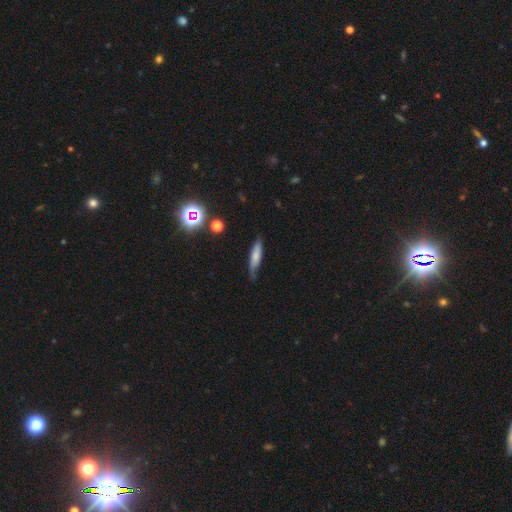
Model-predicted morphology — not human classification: Smooth or featured?
  - smooth: 64% *
  - featured or disk: 26%
  - star or artifact: 10%
How rounded?
  - cigar-shaped: 78% *
  - in between: 20%
  - round: 2%
Merging?
  - none: 71% *
  - minor disturbance: 23%
  - major disturbance: 4%
  - merger: 2%